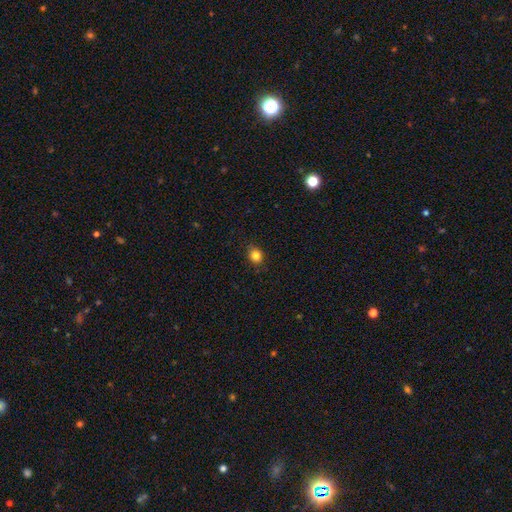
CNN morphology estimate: This appears to be a smooth galaxy with no disk features (83%) that is round (66%). Merging: none (85%).